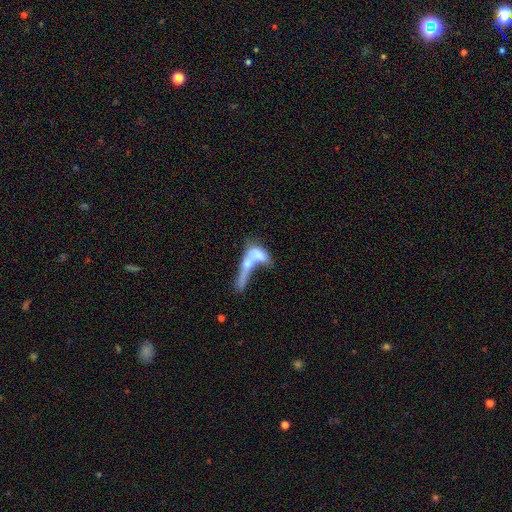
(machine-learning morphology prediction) type=smooth (52%); roundness=in between (52%); merging=merger (62%).